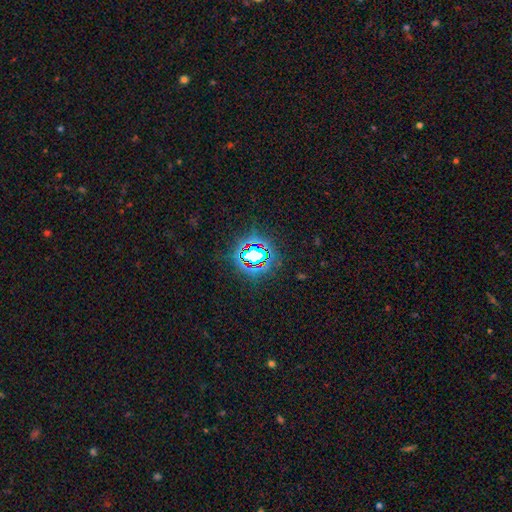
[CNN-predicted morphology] smooth-or-featured: star or artifact: 73% | smooth: 16% | featured or disk: 11%